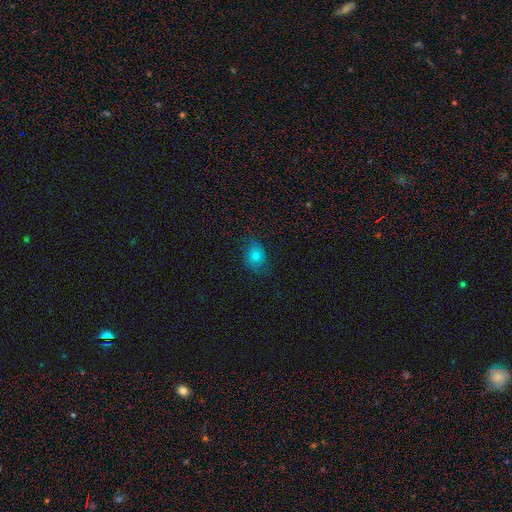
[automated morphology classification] smooth_or_featured: smooth (p=0.64) [alt: featured or disk p=0.25]
how_rounded: in between (p=0.55) [alt: round p=0.44]
merging: none (p=0.64) [alt: minor disturbance p=0.25]